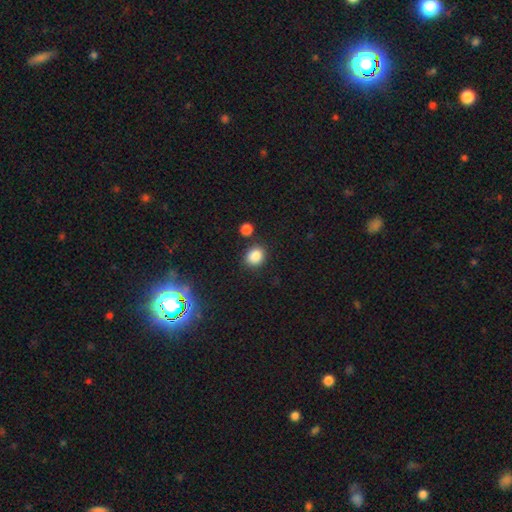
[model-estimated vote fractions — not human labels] Smooth or featured? Predicted: smooth (p=0.86). How rounded? Predicted: round (p=0.67). Merging? Predicted: none (p=0.80).